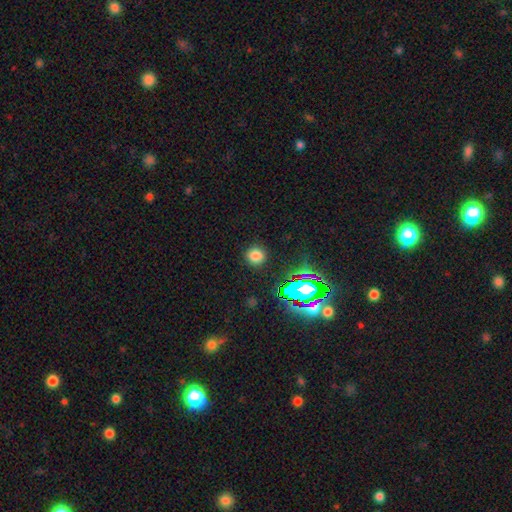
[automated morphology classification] type=smooth (74%); roundness=round (90%); merging=none (89%).